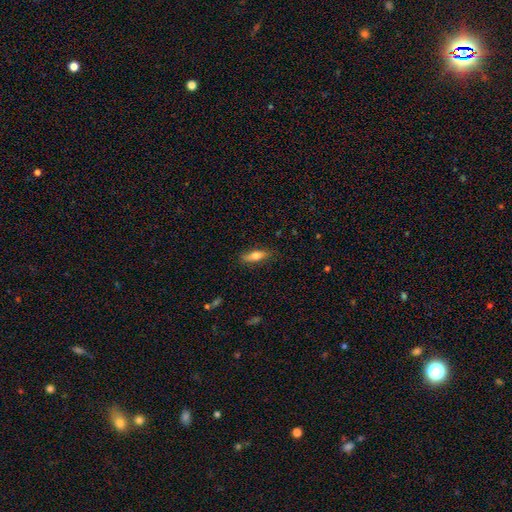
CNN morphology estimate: Smooth or featured? Predicted: smooth (p=0.67). How rounded? Predicted: in between (p=0.51). Merging? Predicted: none (p=0.81).